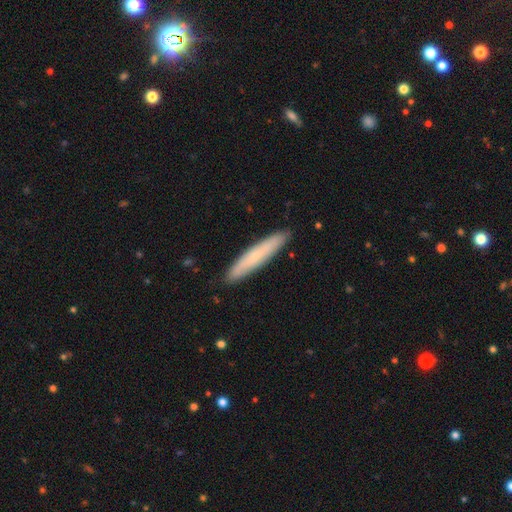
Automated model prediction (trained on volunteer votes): smooth 62%, featured or disk 32%, star or artifact 6%. Down the decision tree: how rounded — cigar-shaped (92%); merging — none (90%).